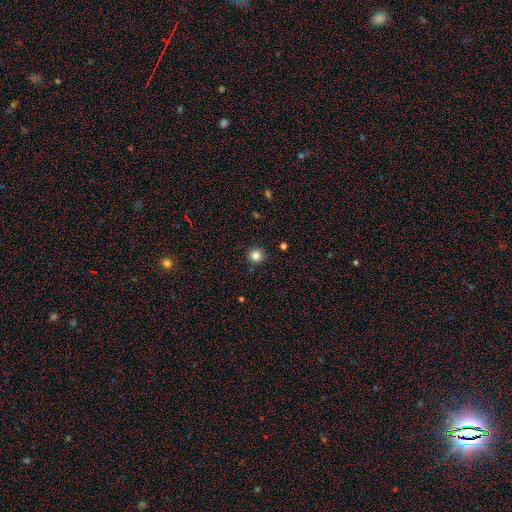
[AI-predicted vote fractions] Q: Smooth or featured?
A: smooth (83%); runner-up: star or artifact (12%)
Q: How rounded?
A: round (92%); runner-up: in between (7%)
Q: Merging?
A: none (87%); runner-up: minor disturbance (8%)